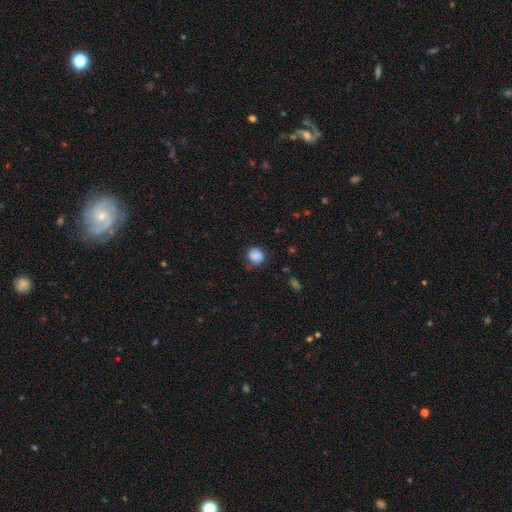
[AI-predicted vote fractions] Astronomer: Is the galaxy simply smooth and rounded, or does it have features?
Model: smooth — 83%.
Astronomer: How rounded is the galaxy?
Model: round — 82%.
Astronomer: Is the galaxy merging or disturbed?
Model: none — 65%.